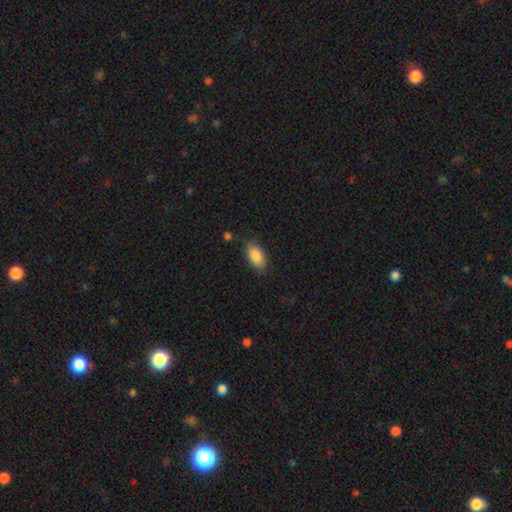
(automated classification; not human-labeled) smooth 88%, star or artifact 7%, featured or disk 5%. Down the decision tree: how rounded — in between (92%); merging — none (81%).